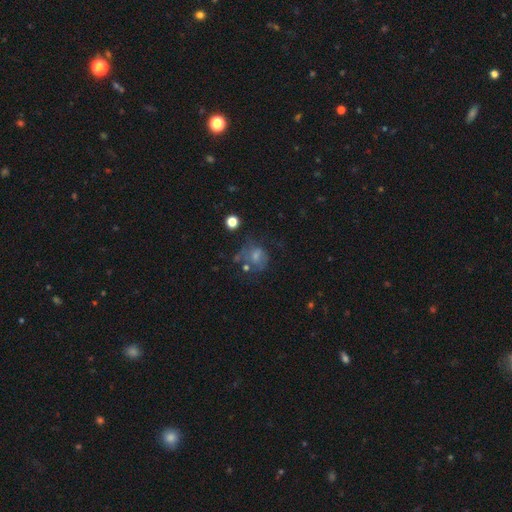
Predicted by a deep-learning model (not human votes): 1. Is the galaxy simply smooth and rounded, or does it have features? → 52% smooth, 33% featured or disk, 15% star or artifact.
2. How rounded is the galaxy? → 61% round, 38% in between, 1% cigar-shaped.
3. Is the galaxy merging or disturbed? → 35% none, 32% major disturbance, 23% minor disturbance, 9% merger.